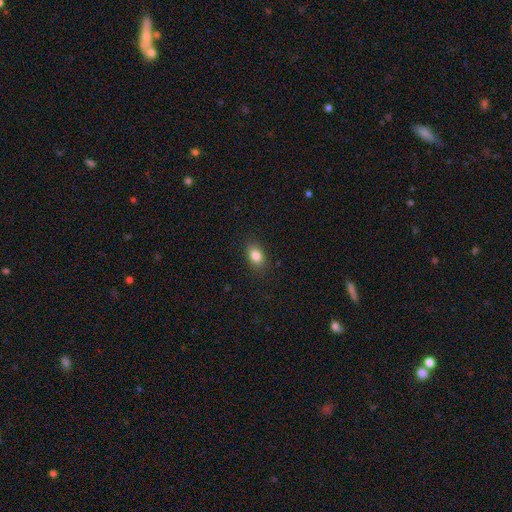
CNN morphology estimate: Overall: smooth (84%). How rounded: in between (81%). Merging: none (87%).